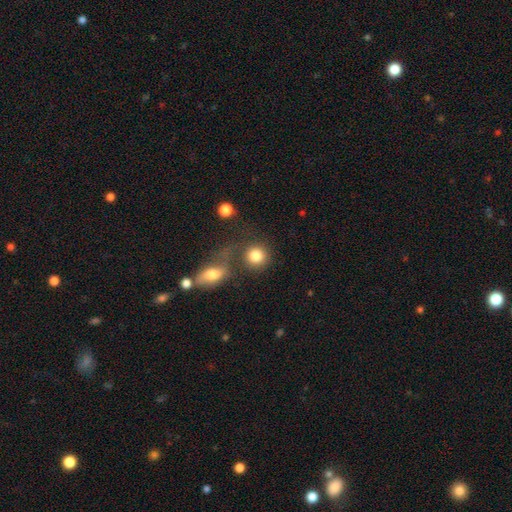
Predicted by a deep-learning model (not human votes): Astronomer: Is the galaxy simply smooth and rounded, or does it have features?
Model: smooth — 83%.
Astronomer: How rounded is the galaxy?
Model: round — 85%.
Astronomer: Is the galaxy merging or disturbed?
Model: none — 60%.